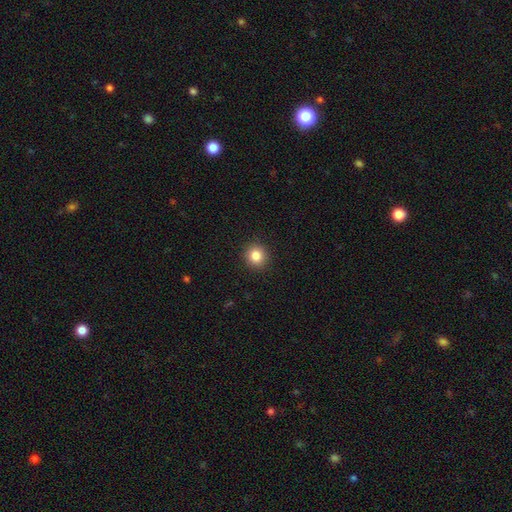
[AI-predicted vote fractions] A smooth galaxy with no disk features (84%) that is round (90%). Merging: none (92%).